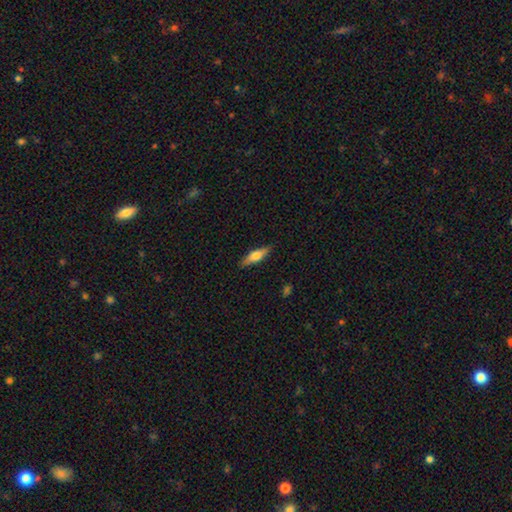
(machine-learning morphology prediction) Overall: smooth (59%; featured or disk 34%). How rounded: cigar-shaped (60%; in between 38%). Merging: none (87%).